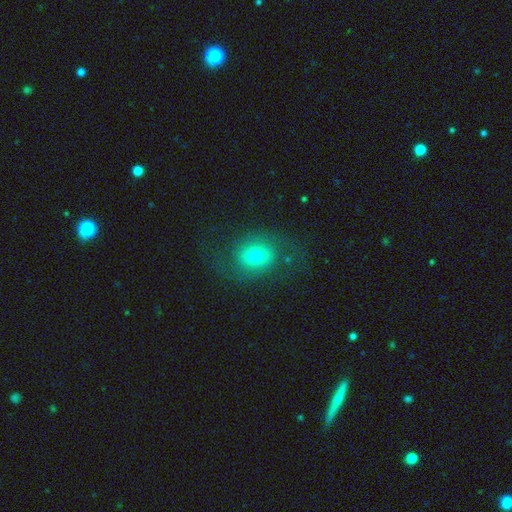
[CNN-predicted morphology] Smooth or featured? featured or disk (49%)
Merging? none (67%)